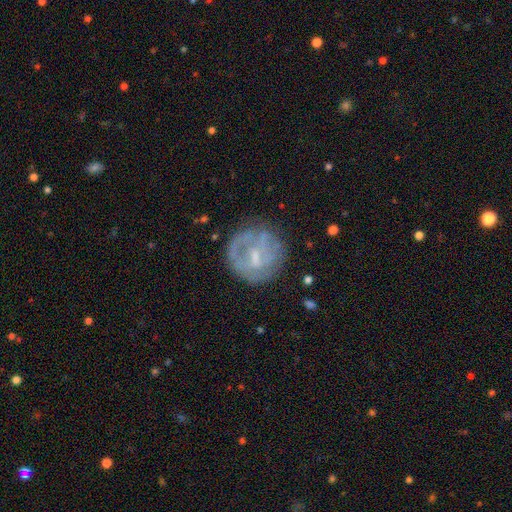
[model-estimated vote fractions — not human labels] Morphology: type=featured or disk (61%); edge-on=no (97%); bar=weak (47%); spiral arms=no (56%); bulge=small (44%); merging=none (67%).